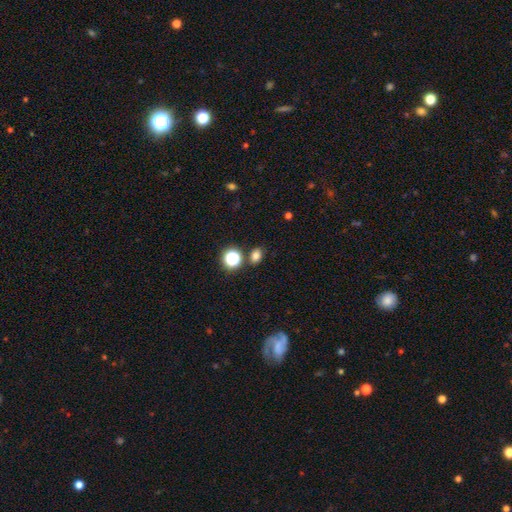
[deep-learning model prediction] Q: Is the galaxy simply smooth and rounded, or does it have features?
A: smooth — 76%.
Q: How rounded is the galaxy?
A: in between — 60%.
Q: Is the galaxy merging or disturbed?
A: none — 79%.